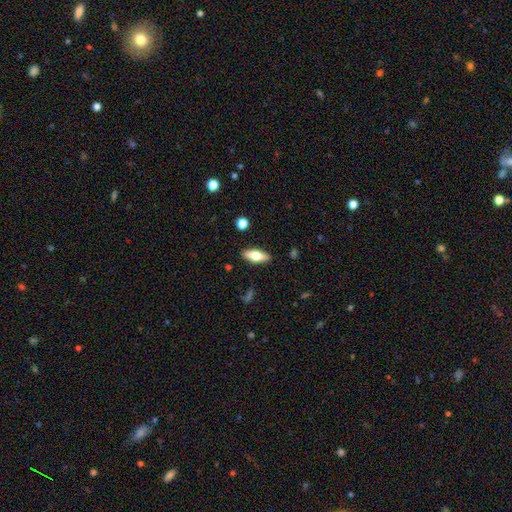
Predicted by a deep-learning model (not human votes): Smooth or featured? smooth (63%)
How rounded? in between (68%)
Merging? none (88%)